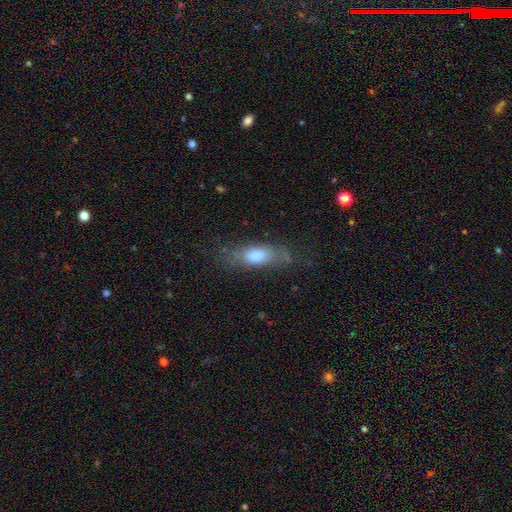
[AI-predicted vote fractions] A smooth galaxy with no disk features (66%) that is in between round and cigar-shaped (64%).

Vote fractions:
- Smooth or featured? smooth: 66% / featured or disk: 26% / star or artifact: 8%
- How rounded? in between: 64% / cigar-shaped: 32% / round: 4%
- Merging? none: 67% / minor disturbance: 22% / major disturbance: 10% / merger: 2%